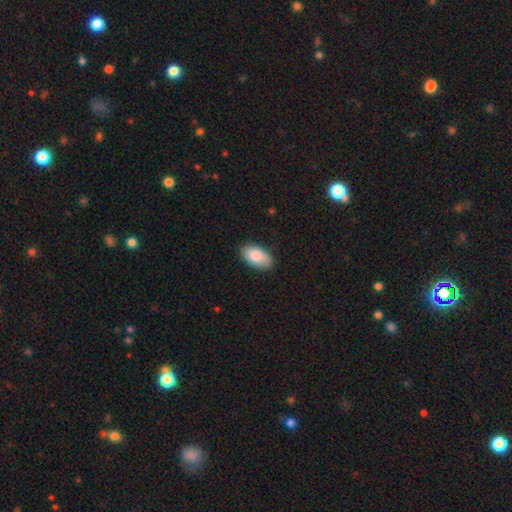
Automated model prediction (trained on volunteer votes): Q: Smooth or featured?
A: smooth (86%); runner-up: featured or disk (8%)
Q: How rounded?
A: in between (95%); runner-up: round (4%)
Q: Merging?
A: none (83%); runner-up: minor disturbance (13%)